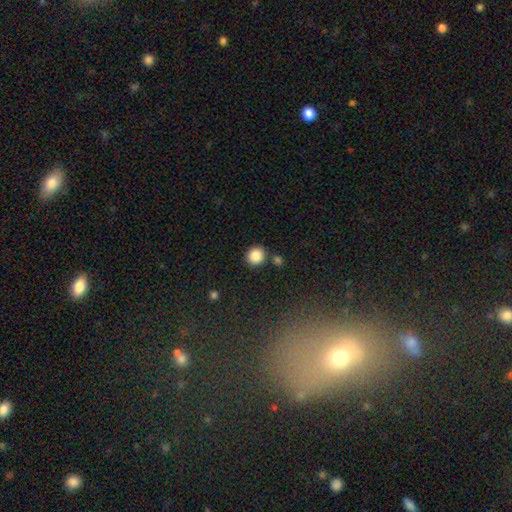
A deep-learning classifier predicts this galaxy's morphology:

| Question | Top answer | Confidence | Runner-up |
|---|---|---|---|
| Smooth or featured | smooth | 86% | star or artifact (9%) |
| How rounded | round | 86% | in between (13%) |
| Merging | none | 82% | minor disturbance (8%) |